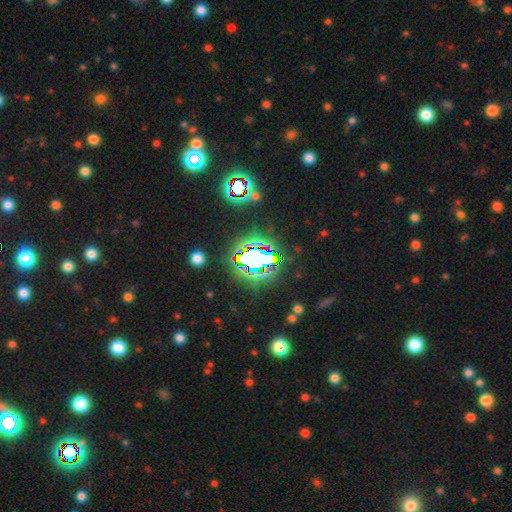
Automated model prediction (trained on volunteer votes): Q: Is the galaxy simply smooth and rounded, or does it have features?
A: star or artifact — 71%.